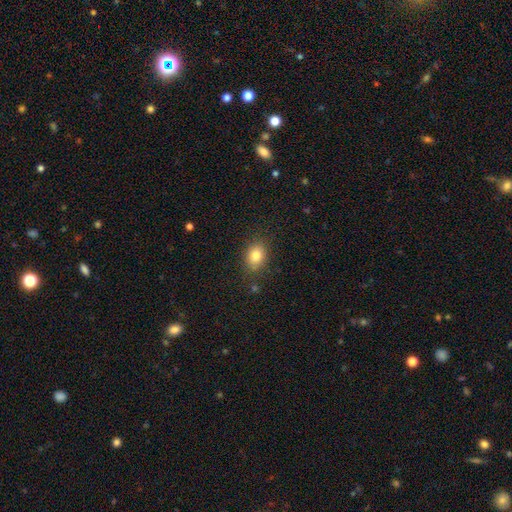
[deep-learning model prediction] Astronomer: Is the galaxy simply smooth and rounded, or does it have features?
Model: smooth — 82%.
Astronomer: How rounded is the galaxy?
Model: in between — 69%.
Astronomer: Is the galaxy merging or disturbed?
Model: none — 83%.